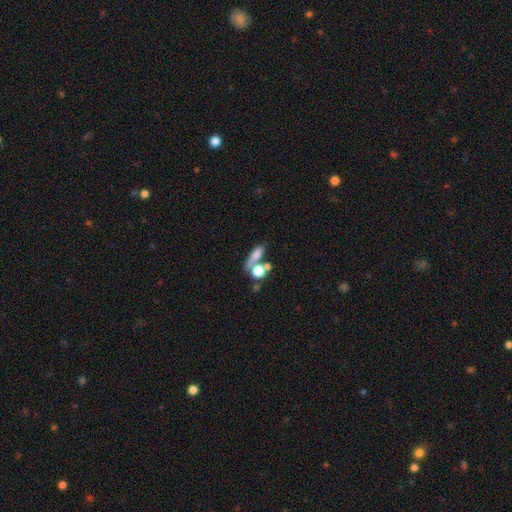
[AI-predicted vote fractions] A smooth galaxy with no disk features (68%) that is in between round and cigar-shaped (52%).

Vote fractions:
- Smooth or featured? smooth: 68% / featured or disk: 19% / star or artifact: 12%
- How rounded? in between: 52% / round: 25% / cigar-shaped: 23%
- Merging? none: 40% / merger: 39% / minor disturbance: 11% / major disturbance: 10%